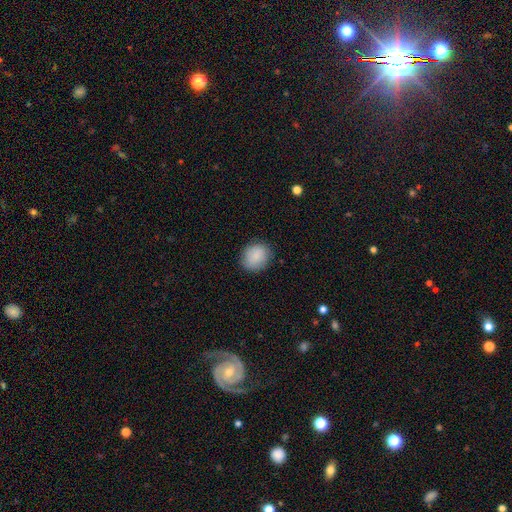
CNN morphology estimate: The model was most divided on "how rounded": round: 65%, in between: 34%, cigar-shaped: 1%. More confident: smooth or featured — smooth (88%); merging — none (84%).